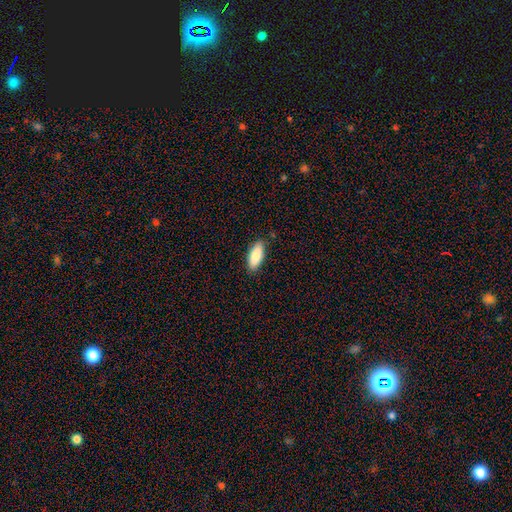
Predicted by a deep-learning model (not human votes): Smooth or featured? smooth (84%)
How rounded? in between (78%)
Merging? none (86%)